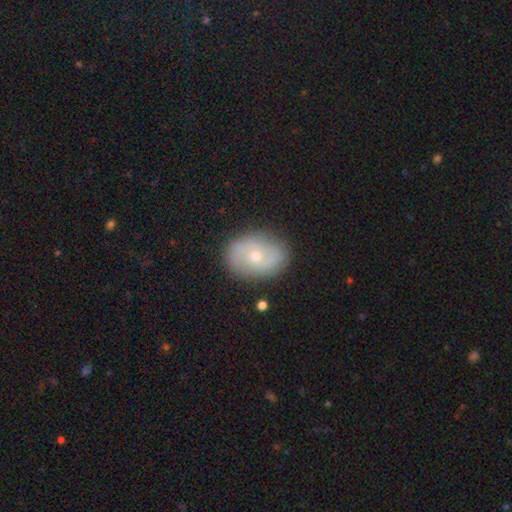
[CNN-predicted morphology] smooth_or_featured: featured or disk (p=0.55) [alt: smooth p=0.37]
disk_edge_on: no (p=0.96) [alt: yes p=0.04]
bar: no (p=0.69) [alt: weak p=0.25]
has_spiral_arms: yes (p=0.73) [alt: no p=0.27]
bulge_size: moderate (p=0.48) [tied with: small p=0.48]
merging: none (p=0.83) [alt: minor disturbance p=0.12]